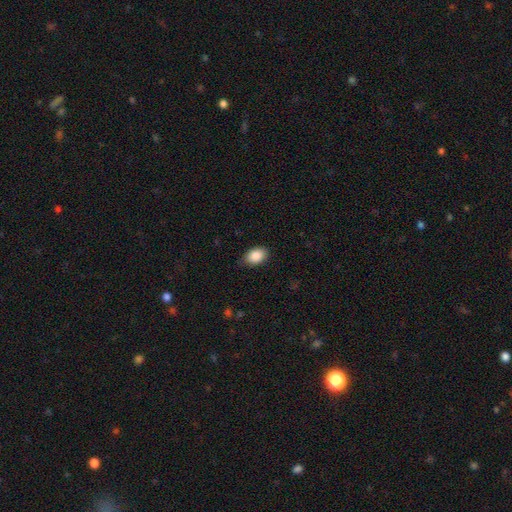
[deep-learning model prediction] Q: Smooth or featured?
A: smooth (88%); runner-up: star or artifact (7%)
Q: How rounded?
A: in between (82%); runner-up: round (17%)
Q: Merging?
A: none (79%); runner-up: minor disturbance (17%)